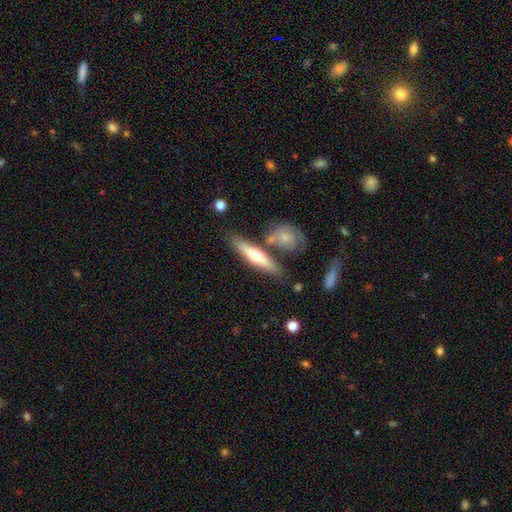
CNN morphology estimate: A featured or disk galaxy (50%).

Vote fractions:
- Smooth or featured? featured or disk: 50% / smooth: 44% / star or artifact: 6%
- Merging? none: 74% / minor disturbance: 11% / merger: 11% / major disturbance: 3%